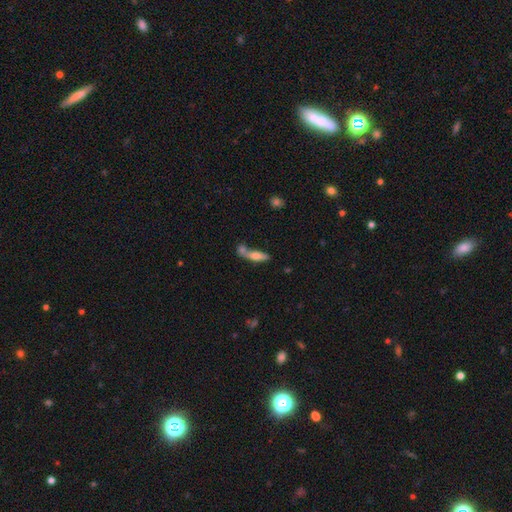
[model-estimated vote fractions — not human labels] Smooth or featured?
  - smooth: 63% *
  - featured or disk: 28%
  - star or artifact: 8%
How rounded?
  - cigar-shaped: 57% *
  - in between: 40%
  - round: 3%
Merging?
  - merger: 43% *
  - none: 38%
  - minor disturbance: 12%
  - major disturbance: 6%